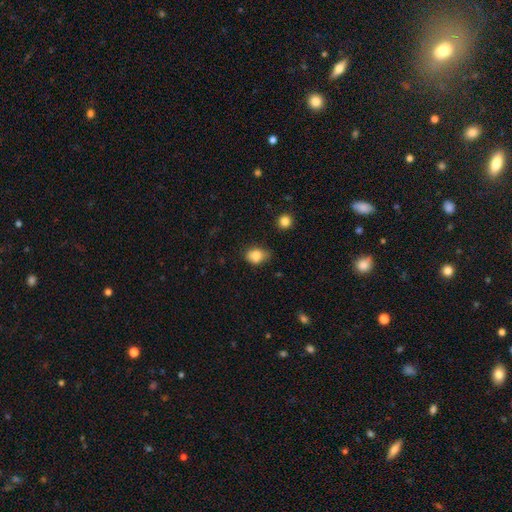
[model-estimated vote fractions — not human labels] Smooth or featured: smooth — 84% (star or artifact — 10%)
How rounded: in between — 59% (round — 39%)
Merging: none — 59% (minor disturbance — 32%)